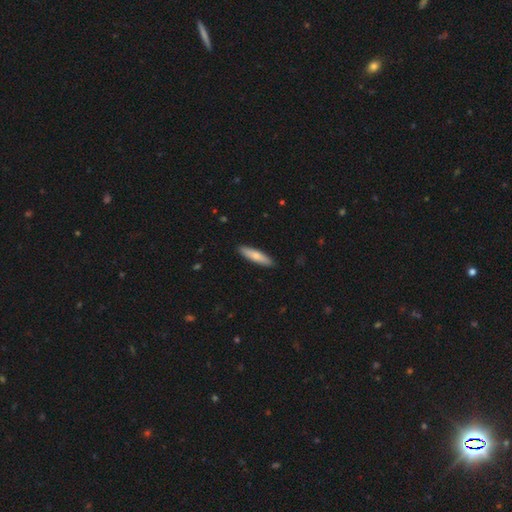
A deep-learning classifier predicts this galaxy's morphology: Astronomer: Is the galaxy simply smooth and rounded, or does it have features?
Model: smooth — 72%.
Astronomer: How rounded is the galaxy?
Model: cigar-shaped — 80%.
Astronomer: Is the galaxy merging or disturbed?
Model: none — 91%.